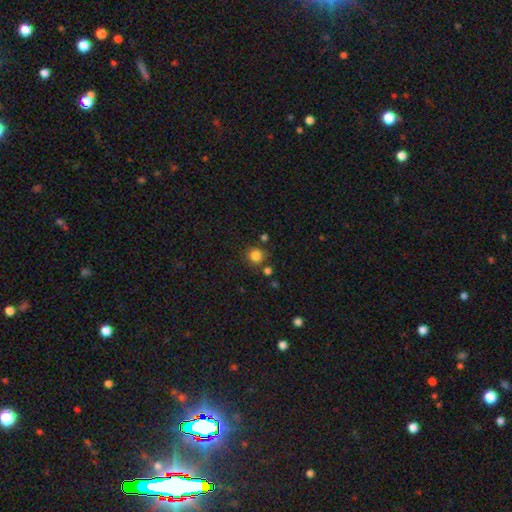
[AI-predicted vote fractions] smooth_or_featured: smooth (p=0.83) [alt: star or artifact p=0.12]
how_rounded: round (p=0.91) [alt: in between p=0.08]
merging: none (p=0.79) [alt: minor disturbance p=0.10]